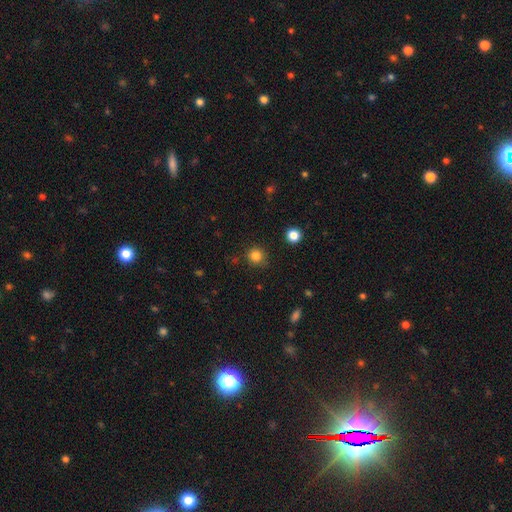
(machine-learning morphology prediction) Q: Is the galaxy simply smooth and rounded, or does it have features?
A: smooth — 83%.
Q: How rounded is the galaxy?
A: round — 92%.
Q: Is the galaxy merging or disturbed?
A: none — 87%.